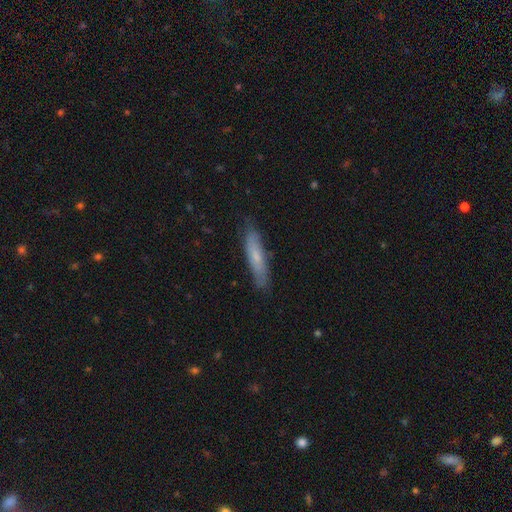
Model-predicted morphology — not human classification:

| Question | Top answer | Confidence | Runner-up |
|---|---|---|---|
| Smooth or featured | smooth | 62% | featured or disk (32%) |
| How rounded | cigar-shaped | 83% | in between (16%) |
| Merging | none | 82% | minor disturbance (15%) |